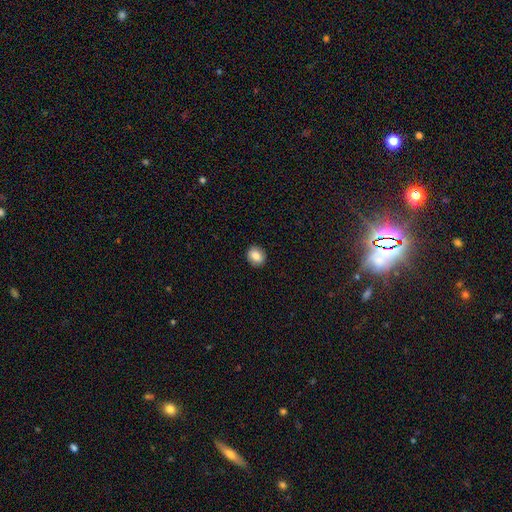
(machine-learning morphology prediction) A smooth galaxy with no disk features (84%) that is round (68%).

Vote fractions:
- Smooth or featured? smooth: 84% / star or artifact: 9% / featured or disk: 7%
- How rounded? round: 68% / in between: 31% / cigar-shaped: 1%
- Merging? none: 91% / minor disturbance: 7% / major disturbance: 2% / merger: 1%